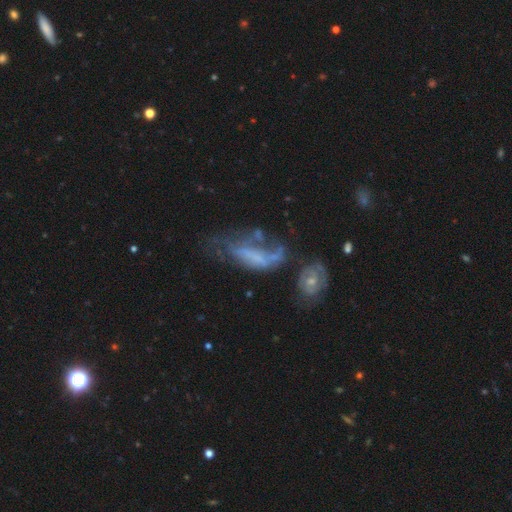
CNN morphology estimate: Smooth or featured? featured or disk (52%)
Edge-on disk? no (86%)
Merging? major disturbance (36%)